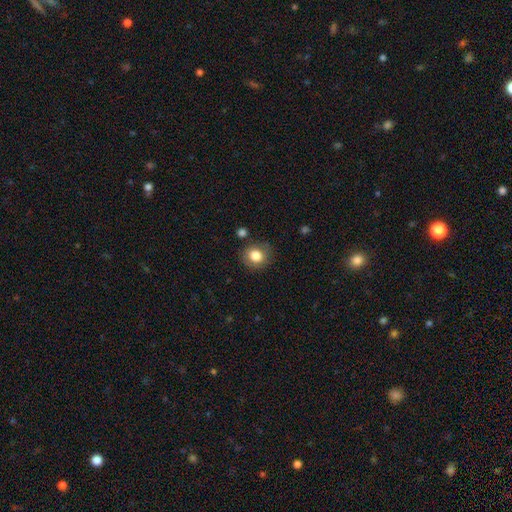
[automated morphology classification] Smooth or featured?
  - smooth: 82% *
  - star or artifact: 9%
  - featured or disk: 9%
How rounded?
  - round: 74% *
  - in between: 25%
  - cigar-shaped: 1%
Merging?
  - none: 80% *
  - minor disturbance: 13%
  - major disturbance: 4%
  - merger: 3%